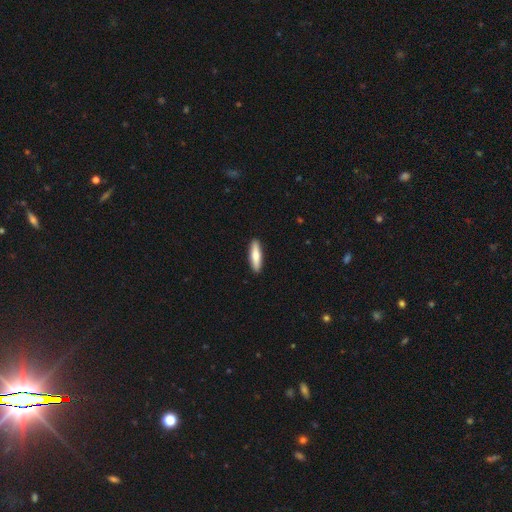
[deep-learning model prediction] A smooth galaxy with no disk features (74%) that is cigar-shaped (73%).

Vote fractions:
- Smooth or featured? smooth: 74% / featured or disk: 21% / star or artifact: 5%
- How rounded? cigar-shaped: 73% / in between: 25% / round: 2%
- Merging? none: 91% / minor disturbance: 6% / major disturbance: 1% / merger: 1%